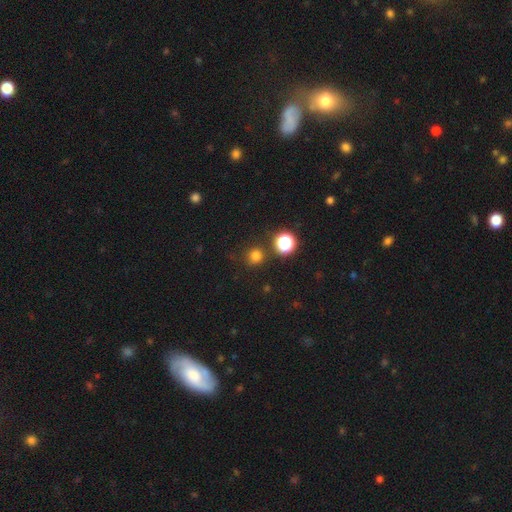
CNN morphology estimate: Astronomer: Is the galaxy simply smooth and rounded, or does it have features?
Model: smooth — 75%.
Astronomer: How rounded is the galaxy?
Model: round — 92%.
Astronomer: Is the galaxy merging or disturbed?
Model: none — 85%.